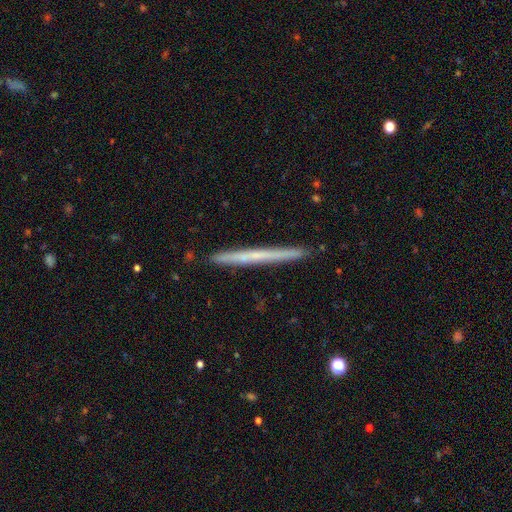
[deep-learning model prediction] smooth-or-featured: featured or disk: 49% | smooth: 45% | star or artifact: 6%
  merging: none: 91% | minor disturbance: 7% | major disturbance: 1% | merger: 1%